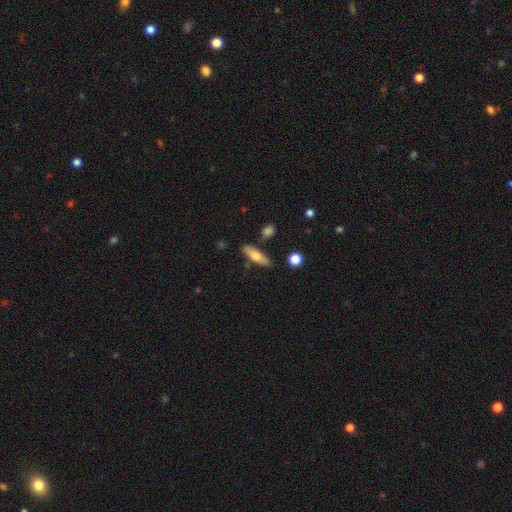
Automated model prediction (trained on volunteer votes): Overall: smooth (65%; featured or disk 29%). How rounded: cigar-shaped (50%; in between 47%). Merging: none (80%).